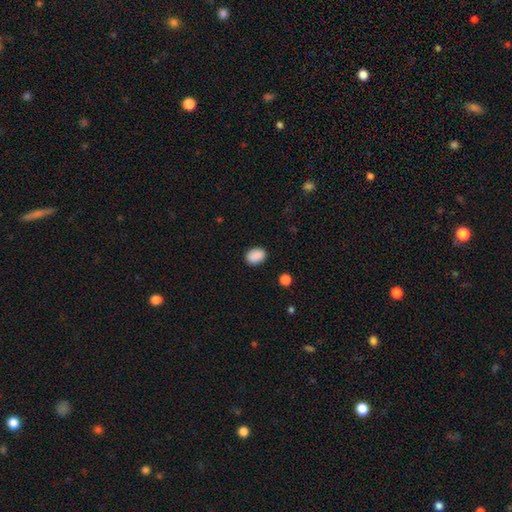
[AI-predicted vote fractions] Smooth or featured? Predicted: smooth (p=0.89). How rounded? Predicted: in between (p=0.75). Merging? Predicted: none (p=0.86).